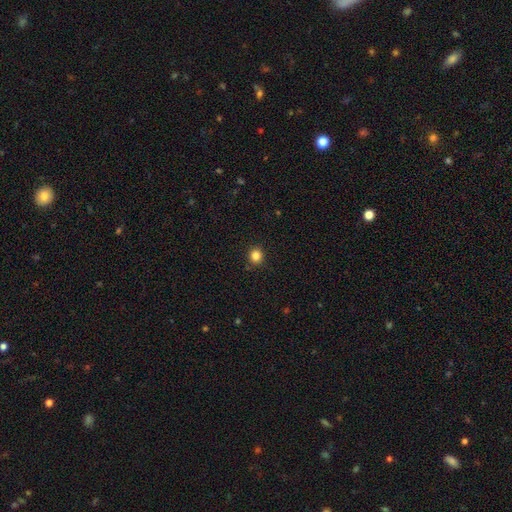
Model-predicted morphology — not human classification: Smooth or featured? Predicted: smooth (p=0.84). How rounded? Predicted: round (p=0.88). Merging? Predicted: none (p=0.90).